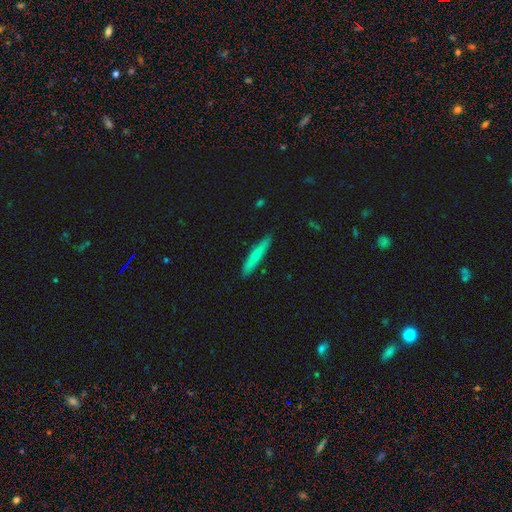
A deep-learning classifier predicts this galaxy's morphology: A smooth galaxy with no disk features (60%) that is cigar-shaped (91%). Merging: none (87%).